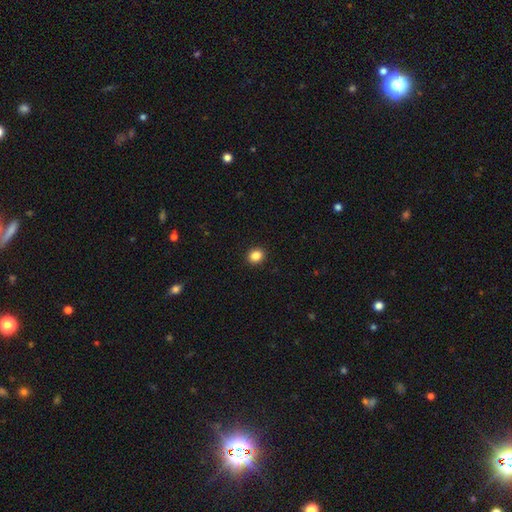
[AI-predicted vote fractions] smooth-or-featured: smooth: 86% | star or artifact: 10% | featured or disk: 4%
  how-rounded: round: 69% | in between: 30% | cigar-shaped: 1%
  merging: none: 92% | minor disturbance: 5% | major disturbance: 2% | merger: 1%